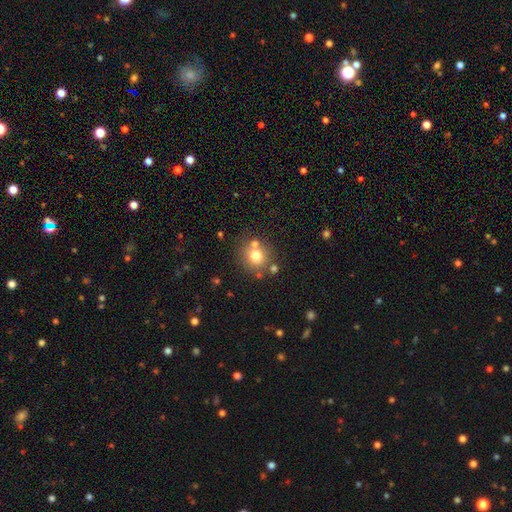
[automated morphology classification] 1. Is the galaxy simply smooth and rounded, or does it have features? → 74% smooth, 13% star or artifact, 13% featured or disk.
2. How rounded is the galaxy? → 87% round, 12% in between, 1% cigar-shaped.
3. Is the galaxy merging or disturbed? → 71% none, 15% merger, 10% minor disturbance, 4% major disturbance.